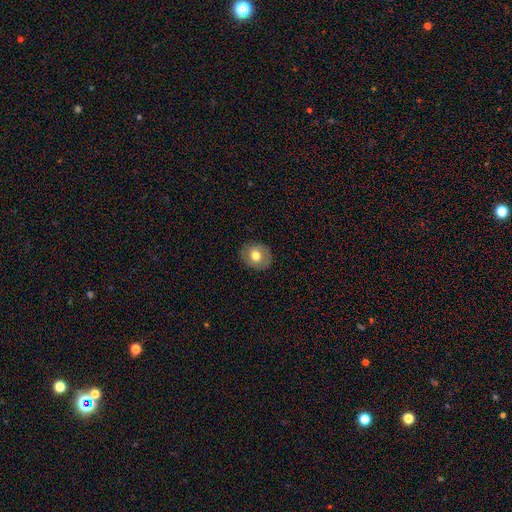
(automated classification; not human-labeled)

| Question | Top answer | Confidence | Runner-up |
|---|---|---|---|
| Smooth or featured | smooth | 66% | featured or disk (27%) |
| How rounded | round | 67% | in between (32%) |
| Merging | none | 86% | minor disturbance (10%) |